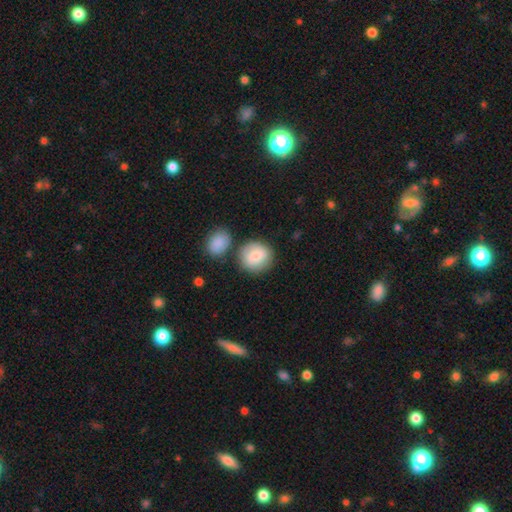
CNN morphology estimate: Q: Smooth or featured?
A: smooth (80%); runner-up: featured or disk (13%)
Q: How rounded?
A: round (84%); runner-up: in between (15%)
Q: Merging?
A: none (68%); runner-up: merger (15%)